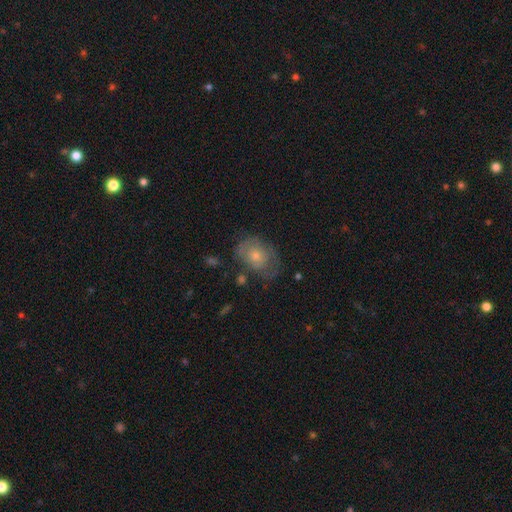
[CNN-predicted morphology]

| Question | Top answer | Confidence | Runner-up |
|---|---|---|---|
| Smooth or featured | featured or disk | 47% | smooth (42%) |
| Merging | none | 60% | minor disturbance (24%) |